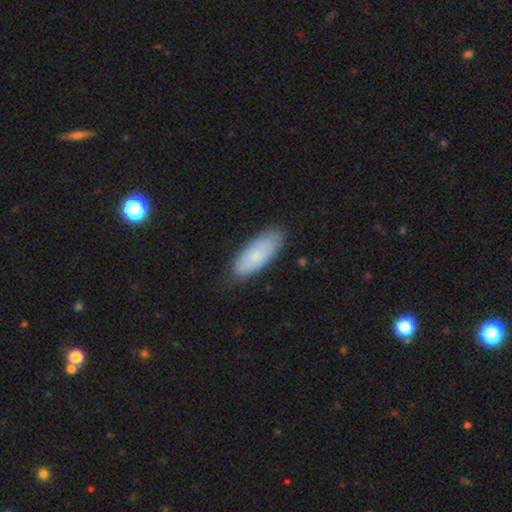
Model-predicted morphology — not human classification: Smooth or featured?
  - smooth: 77% *
  - featured or disk: 17%
  - star or artifact: 6%
How rounded?
  - in between: 77% *
  - cigar-shaped: 21%
  - round: 2%
Merging?
  - none: 81% *
  - minor disturbance: 15%
  - major disturbance: 3%
  - merger: 1%